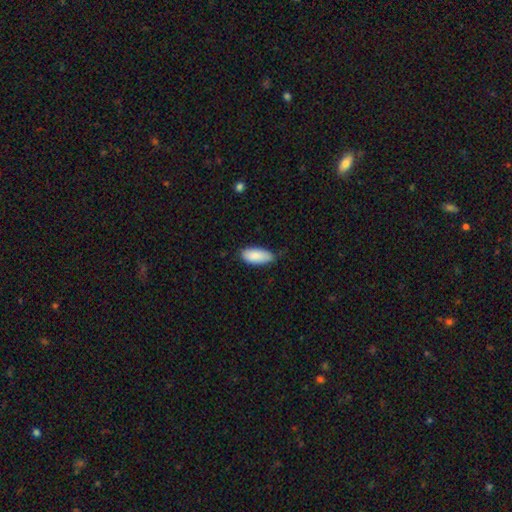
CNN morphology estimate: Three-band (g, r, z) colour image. It shows a smooth galaxy with no disk features (89%) that is in between round and cigar-shaped (89%). Merging: none (69%).